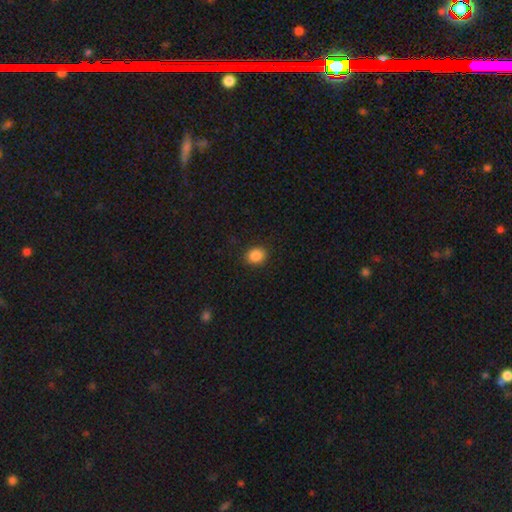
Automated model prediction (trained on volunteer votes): This appears to be a smooth galaxy with no disk features (87%) that is round (59%). Merging: none (90%).